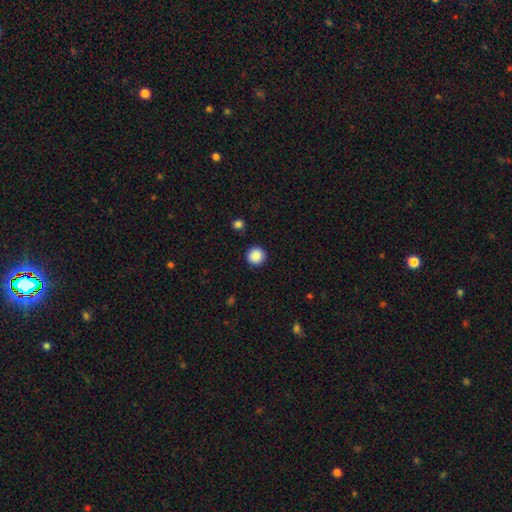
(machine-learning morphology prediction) This is clearly a smooth galaxy (89%). How rounded: clearly round (96%). Merging: clearly none (92%).